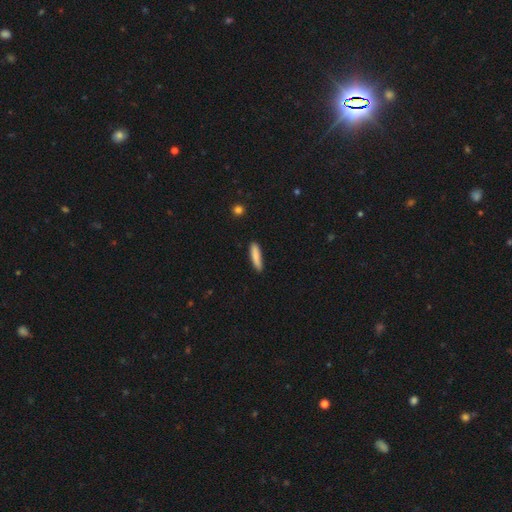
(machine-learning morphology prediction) This appears to be a smooth galaxy with no disk features (84%) that is cigar-shaped (79%). Merging: none (83%).